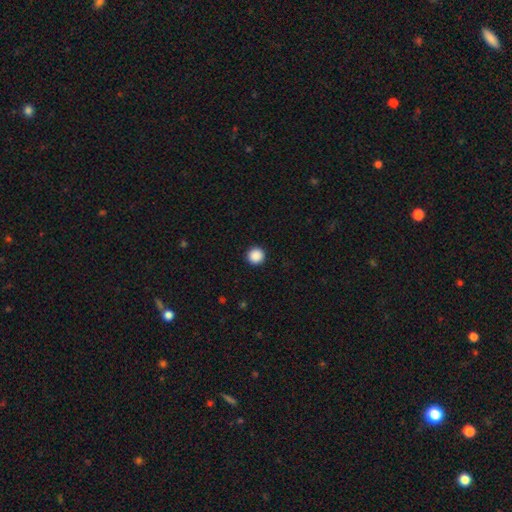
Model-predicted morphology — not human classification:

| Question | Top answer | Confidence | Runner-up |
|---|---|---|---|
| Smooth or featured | smooth | 89% | star or artifact (9%) |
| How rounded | round | 96% | in between (3%) |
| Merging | none | 93% | minor disturbance (4%) |